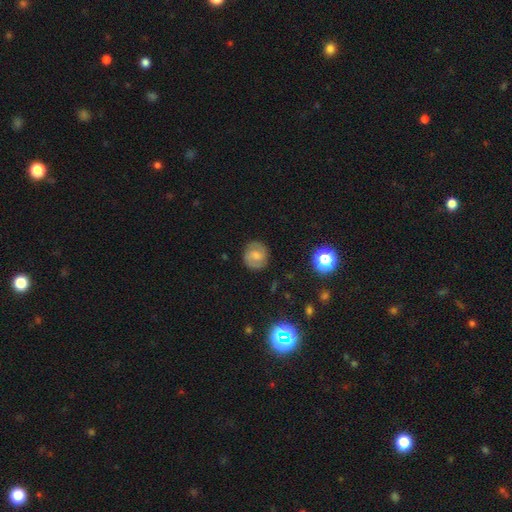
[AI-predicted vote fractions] Smooth or featured: featured or disk — 53% (smooth — 37%)
Edge-on disk: no — 97% (yes — 3%)
Bar: weak — 48% (no — 40%)
Spiral arms: yes — 85% (no — 15%)
Bulge size: moderate — 42% (small — 36%)
Merging: none — 84% (minor disturbance — 11%)